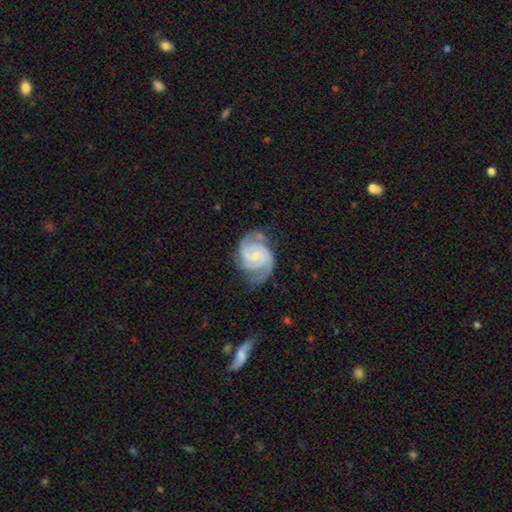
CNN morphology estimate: Smooth or featured? Predicted: featured or disk (p=0.92). Edge-on disk? Predicted: no (p=0.98). Bar? Predicted: no (p=0.47). Spiral arms? Predicted: yes (p=0.98). Spiral winding? Predicted: tight (p=0.53). Spiral arm count? Predicted: 2 (p=0.56). Bulge size? Predicted: small (p=0.67). Merging? Predicted: none (p=0.70).